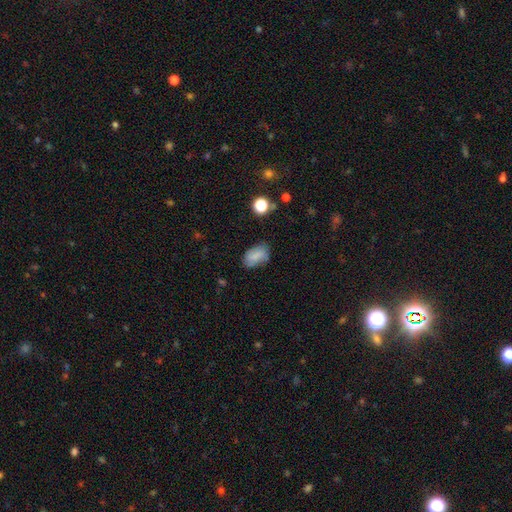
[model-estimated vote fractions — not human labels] Smooth or featured? smooth (78%)
How rounded? in between (90%)
Merging? none (67%)